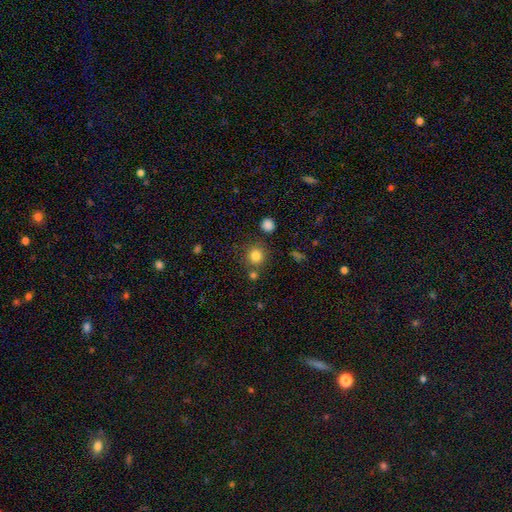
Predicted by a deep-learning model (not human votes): Overall: smooth (82%). How rounded: round (90%). Merging: none (78%).